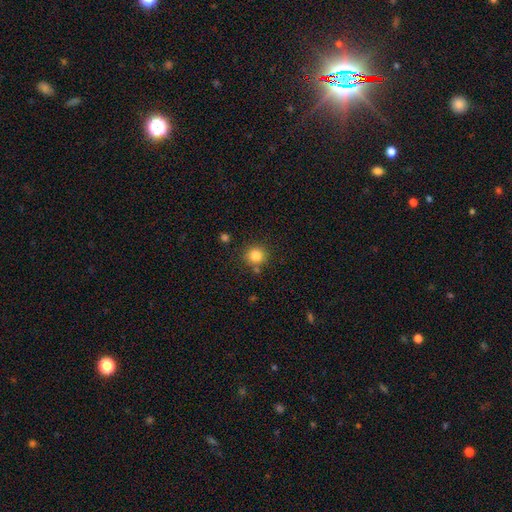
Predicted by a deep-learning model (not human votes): Smooth or featured: smooth — 84% (star or artifact — 11%)
How rounded: round — 91% (in between — 8%)
Merging: none — 80% (minor disturbance — 10%)